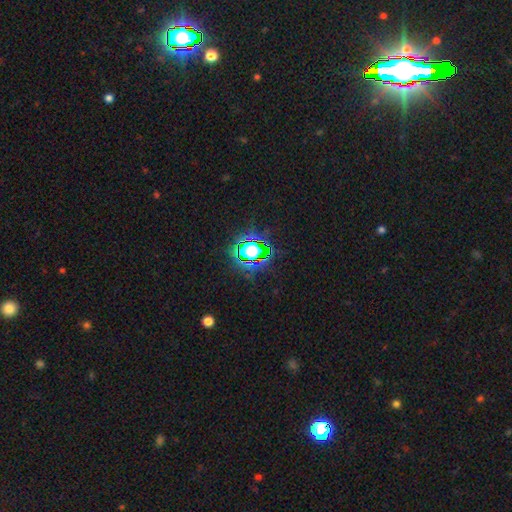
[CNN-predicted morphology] A star or artifact, not a galaxy (73%).

Vote fractions:
- Smooth or featured? star or artifact: 73% / smooth: 17% / featured or disk: 10%